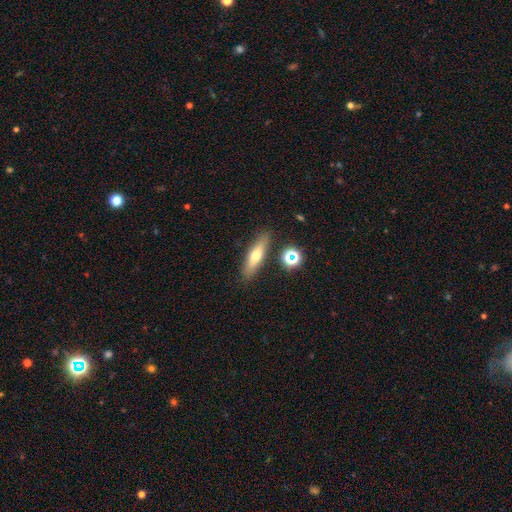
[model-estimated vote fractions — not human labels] Smooth or featured: smooth — 59% (featured or disk — 33%)
How rounded: cigar-shaped — 66% (in between — 30%)
Merging: none — 84% (minor disturbance — 10%)